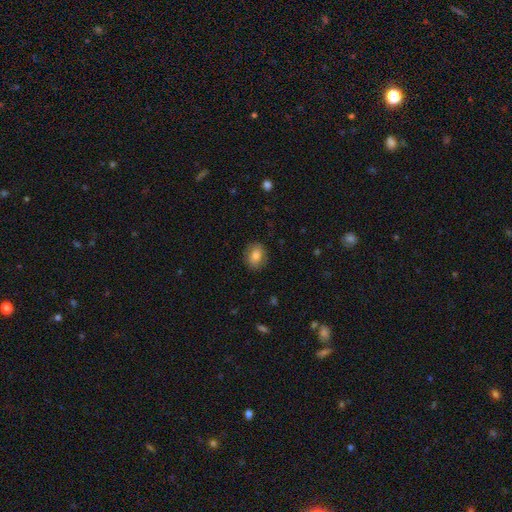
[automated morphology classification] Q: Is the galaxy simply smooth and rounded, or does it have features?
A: smooth — 82%.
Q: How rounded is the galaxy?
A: in between — 53%.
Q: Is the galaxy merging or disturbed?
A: none — 86%.